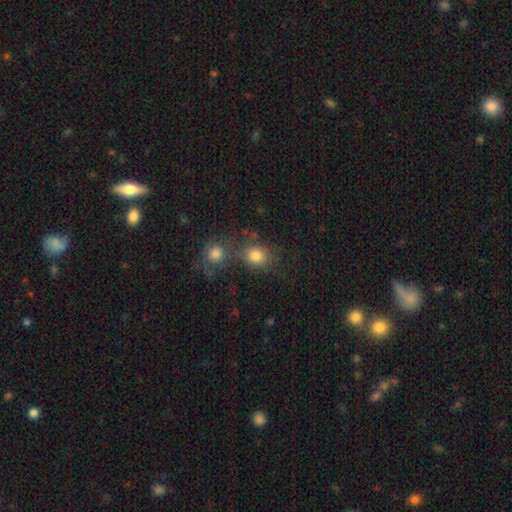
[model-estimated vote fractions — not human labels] A smooth galaxy with no disk features (80%) that is round (60%). Merging: none (45%).